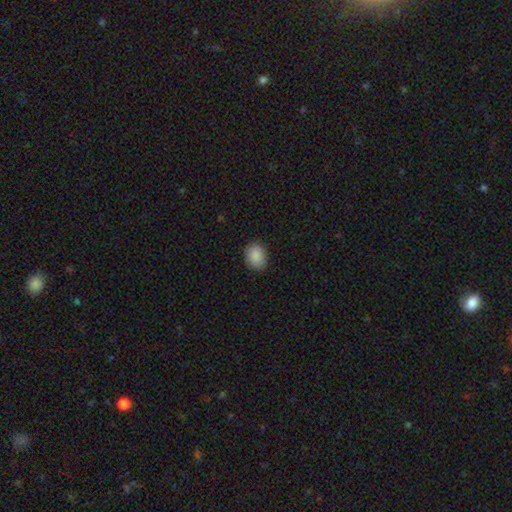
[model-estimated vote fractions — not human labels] Smooth or featured?
  - smooth: 89% *
  - star or artifact: 7%
  - featured or disk: 3%
How rounded?
  - in between: 57% *
  - round: 42%
  - cigar-shaped: 1%
Merging?
  - none: 87% *
  - minor disturbance: 10%
  - major disturbance: 2%
  - merger: 1%